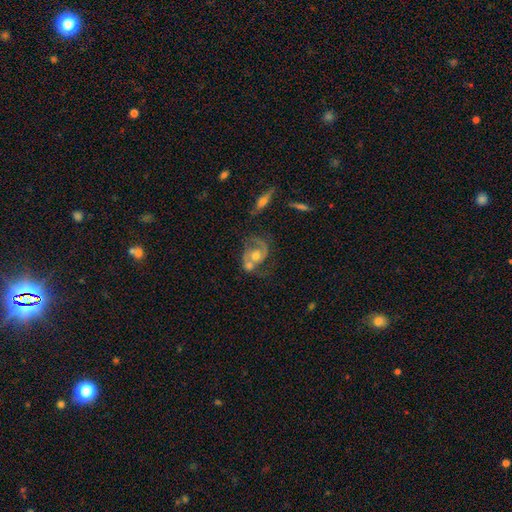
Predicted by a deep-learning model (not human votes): smooth-or-featured: featured or disk: 79% | smooth: 14% | star or artifact: 7%
  disk-edge-on: no: 97% | yes: 3%
    bar: no: 69% | weak: 26% | strong: 6%
    has-spiral-arms: yes: 92% | no: 8%
      spiral-winding: medium: 50% | tight: 26% | loose: 23%
      spiral-arm-count: 2: 76% | 1: 14% | can't tell: 6% | 3: 2% | 4: 1% | more than 4: 1%
    bulge-size: moderate: 63% | small: 17% | large: 15% | none: 3% | dominant: 2%
  merging: merger: 38% | none: 35% | minor disturbance: 14% | major disturbance: 13%